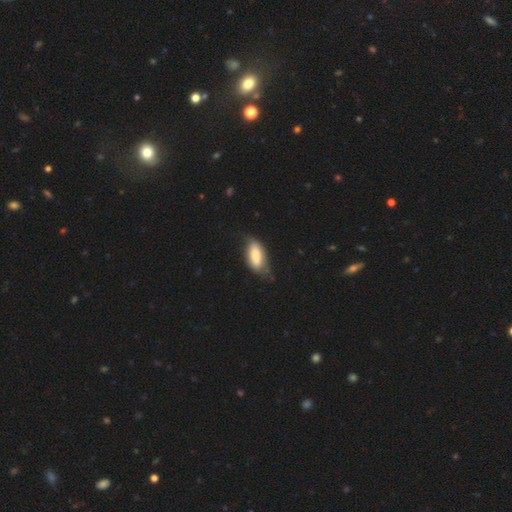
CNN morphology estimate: smooth-or-featured: smooth: 76% | featured or disk: 19% | star or artifact: 6%
  how-rounded: in between: 85% | cigar-shaped: 12% | round: 2%
  merging: none: 53% | minor disturbance: 34% | major disturbance: 10% | merger: 2%